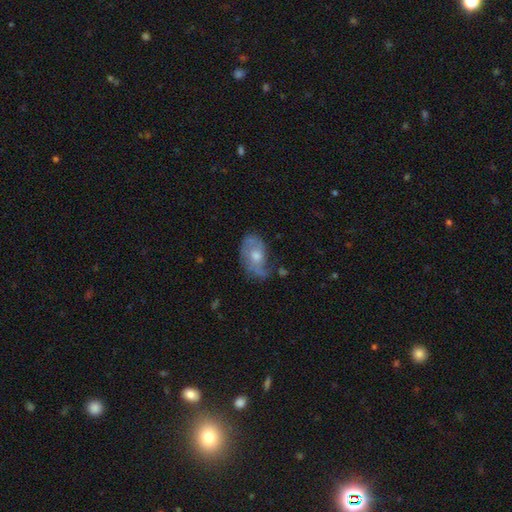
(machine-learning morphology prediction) Smooth or featured?
  - featured or disk: 63% *
  - smooth: 28%
  - star or artifact: 9%
Edge-on disk?
  - no: 94% *
  - yes: 6%
Bar?
  - no: 75% *
  - weak: 22%
  - strong: 3%
Spiral arms?
  - yes: 77% *
  - no: 23%
Bulge size?
  - moderate: 64% *
  - small: 26%
  - large: 6%
  - none: 2%
  - dominant: 1%
Merging?
  - none: 55% *
  - minor disturbance: 28%
  - major disturbance: 13%
  - merger: 4%